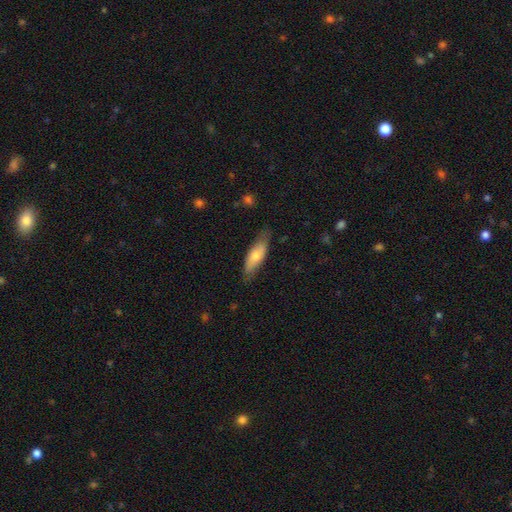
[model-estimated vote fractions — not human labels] This is likely a smooth galaxy (66%). How rounded: likely in between (62%). Merging: likely none (76%).